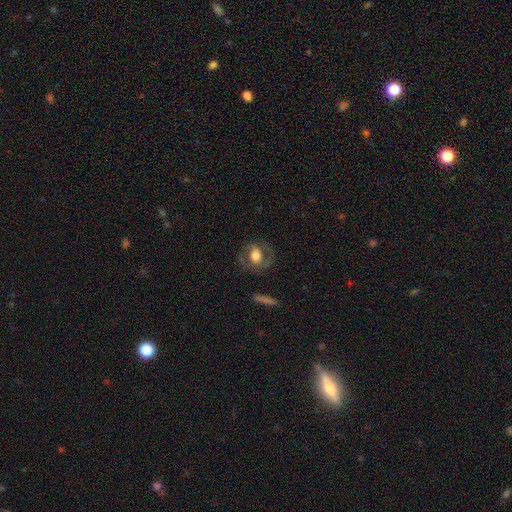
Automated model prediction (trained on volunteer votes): Smooth or featured?
  - featured or disk: 52% *
  - smooth: 41%
  - star or artifact: 7%
Edge-on disk?
  - no: 94% *
  - yes: 6%
Merging?
  - none: 73% *
  - minor disturbance: 16%
  - major disturbance: 10%
  - merger: 1%